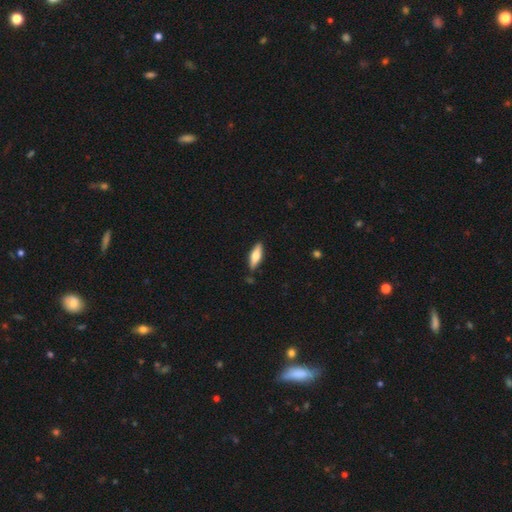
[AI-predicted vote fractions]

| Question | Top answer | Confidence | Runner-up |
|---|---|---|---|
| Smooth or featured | smooth | 66% | featured or disk (28%) |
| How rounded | in between | 52% | cigar-shaped (46%) |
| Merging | none | 85% | minor disturbance (11%) |